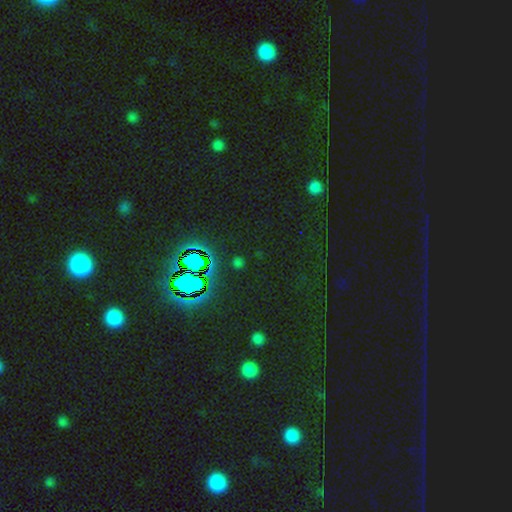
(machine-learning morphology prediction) Smooth or featured: star or artifact — 81% (smooth — 12%)